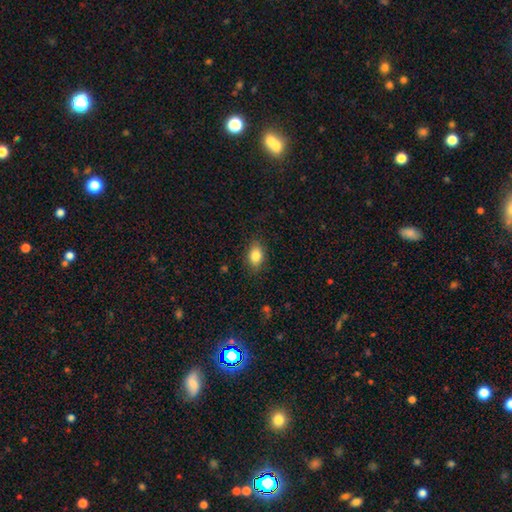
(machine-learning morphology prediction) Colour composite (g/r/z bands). It shows a smooth galaxy with no disk features (85%) that is in between round and cigar-shaped (83%). Merging: none (84%).